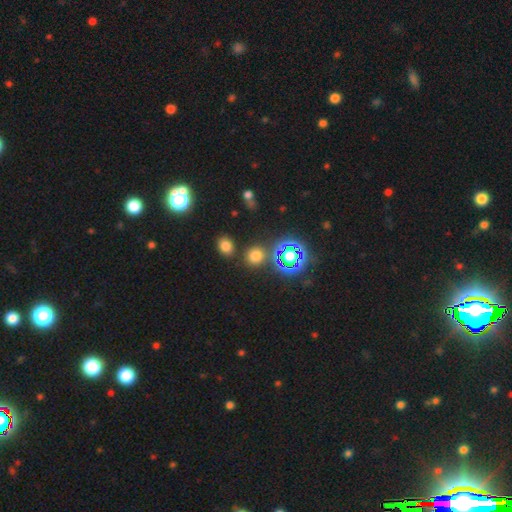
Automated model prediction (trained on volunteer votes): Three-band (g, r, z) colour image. It shows a smooth galaxy with no disk features (65%) that is round (79%). Merging: none (80%).